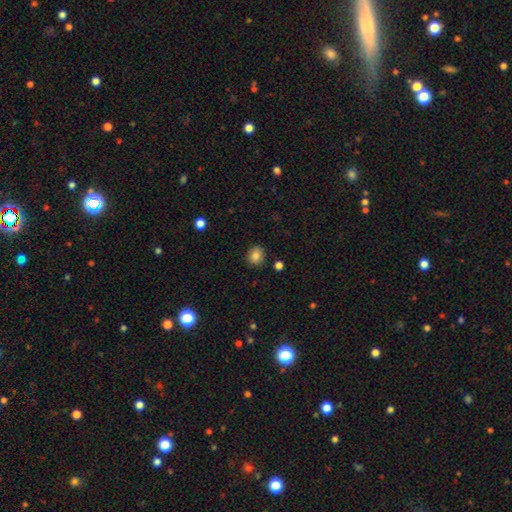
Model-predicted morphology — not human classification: This is clearly a smooth galaxy (84%). How rounded: likely round (78%). Merging: clearly none (88%).